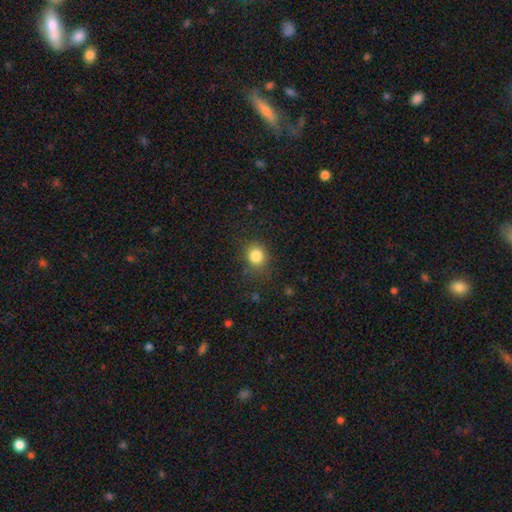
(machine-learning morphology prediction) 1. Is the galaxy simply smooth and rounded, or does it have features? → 83% smooth, 12% star or artifact, 5% featured or disk.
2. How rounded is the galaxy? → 79% round, 20% in between, 1% cigar-shaped.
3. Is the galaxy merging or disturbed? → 81% none, 13% minor disturbance, 5% major disturbance, 1% merger.